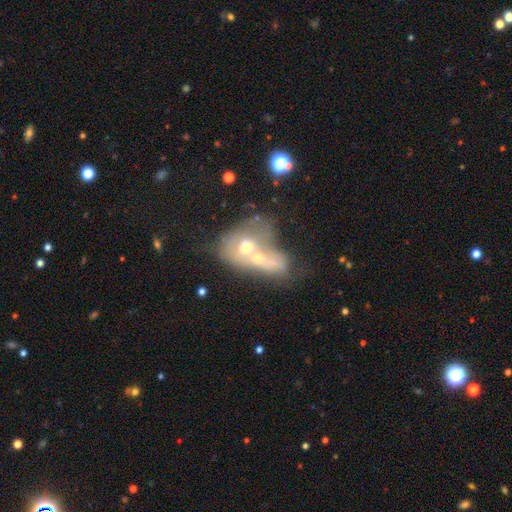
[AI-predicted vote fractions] This is marginally a featured or disk galaxy (44%). Merging: clearly merger (81%).